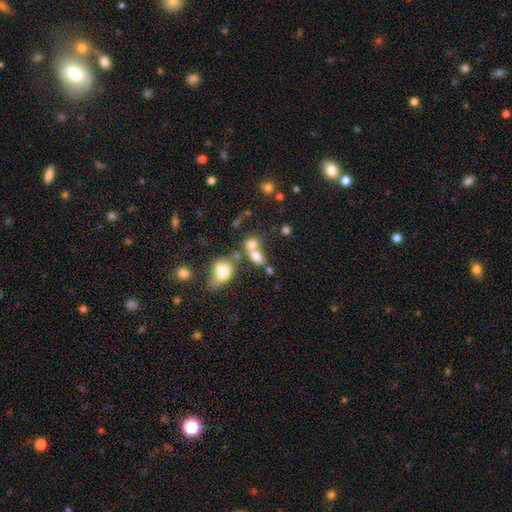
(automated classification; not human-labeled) Smooth or featured: smooth — 71% (featured or disk — 15%)
How rounded: in between — 66% (round — 30%)
Merging: merger — 56% (none — 27%)